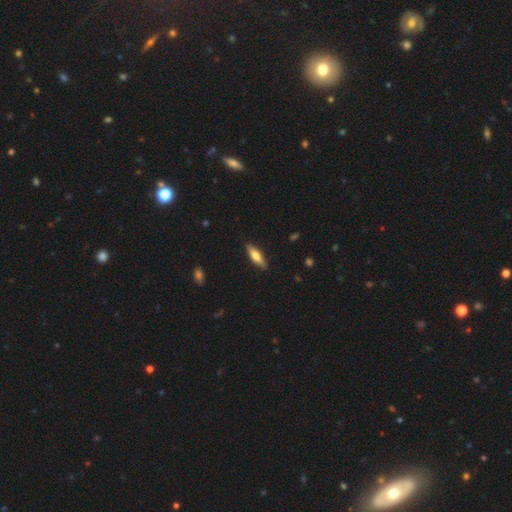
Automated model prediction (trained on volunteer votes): smooth 64%, featured or disk 30%, star or artifact 6%. Down the decision tree: how rounded — cigar-shaped (58%); merging — none (87%).